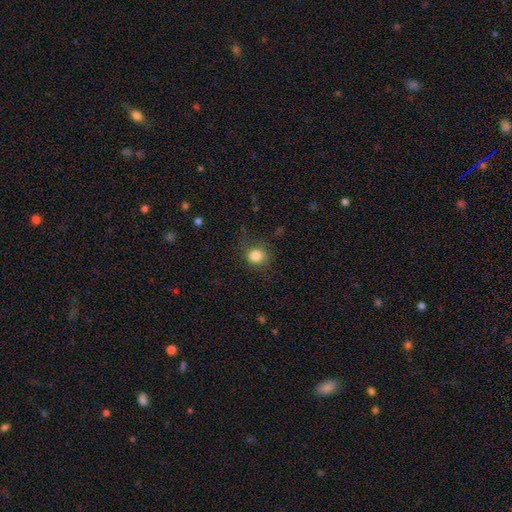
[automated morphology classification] Smooth or featured: smooth — 83% (star or artifact — 12%)
How rounded: round — 87% (in between — 12%)
Merging: none — 80% (minor disturbance — 13%)